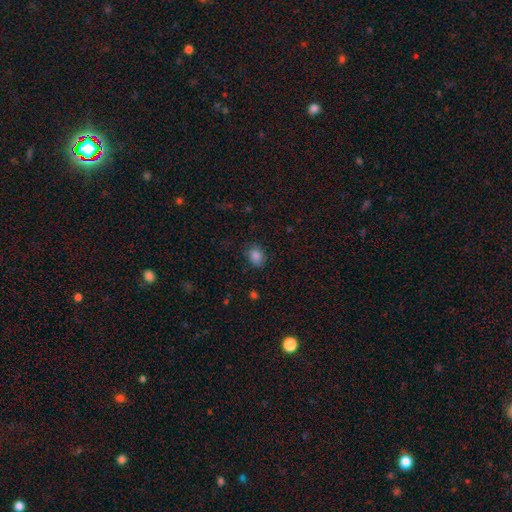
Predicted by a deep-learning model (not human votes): smooth_or_featured: smooth (p=0.85) [alt: star or artifact p=0.10]
how_rounded: in between (p=0.61) [alt: round p=0.38]
merging: none (p=0.77) [alt: minor disturbance p=0.17]